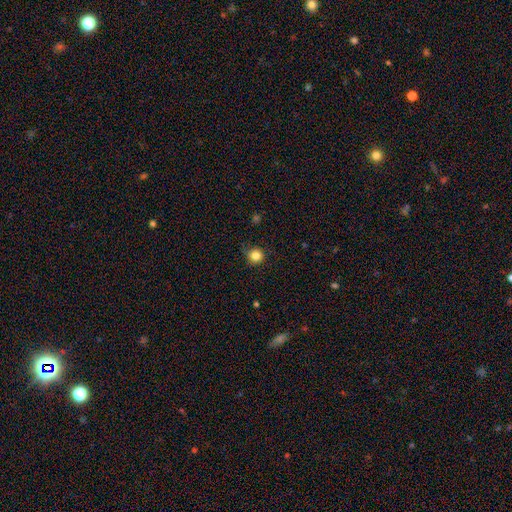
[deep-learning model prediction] Smooth or featured: smooth — 83% (star or artifact — 12%)
How rounded: round — 94% (in between — 5%)
Merging: none — 84% (minor disturbance — 12%)